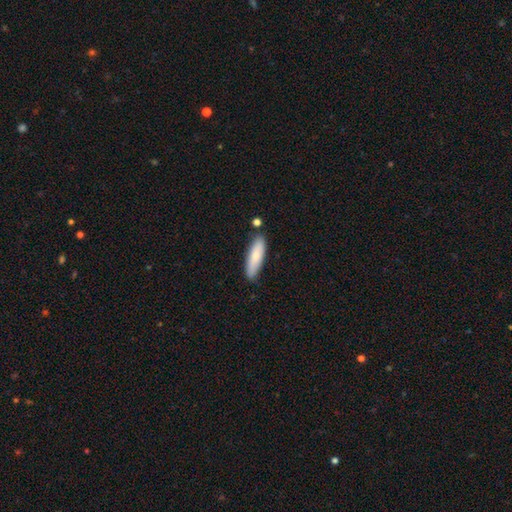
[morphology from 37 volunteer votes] Smooth or featured: smooth — 81% (featured or disk — 11%)
How rounded: cigar-shaped — 80% (in between — 20%)
Merging: none — 88% (minor disturbance — 9%)